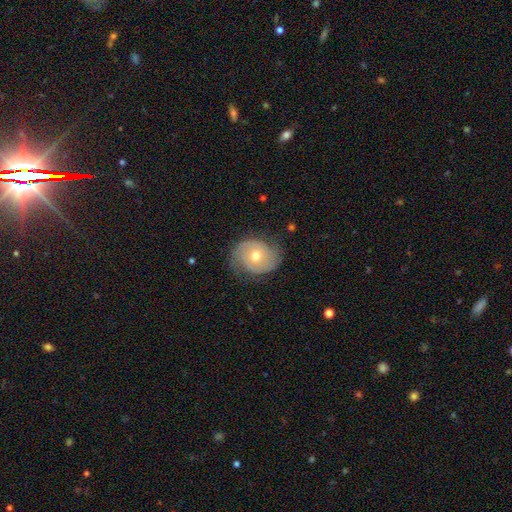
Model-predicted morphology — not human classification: Q: Smooth or featured?
A: featured or disk (64%); runner-up: smooth (28%)
Q: Edge-on disk?
A: no (96%); runner-up: yes (4%)
Q: Bar?
A: no (75%); runner-up: weak (20%)
Q: Spiral arms?
A: yes (82%); runner-up: no (18%)
Q: Spiral winding?
A: tight (44%); runner-up: medium (36%)
Q: Spiral arm count?
A: 2 (78%); runner-up: can't tell (13%)
Q: Bulge size?
A: moderate (74%); runner-up: small (20%)
Q: Merging?
A: none (69%); runner-up: minor disturbance (22%)